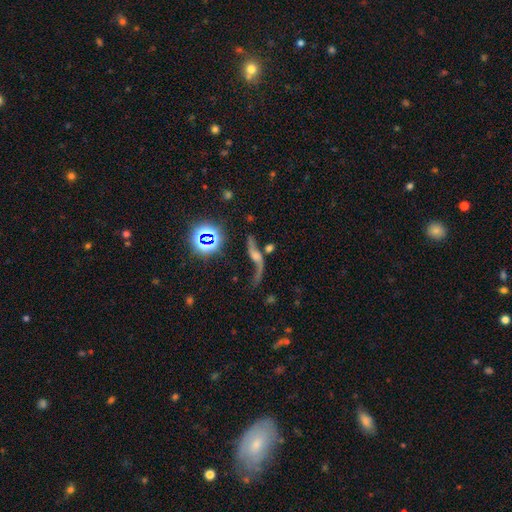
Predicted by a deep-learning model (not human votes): Q: Smooth or featured?
A: featured or disk (68%); runner-up: star or artifact (19%)
Q: Edge-on disk?
A: no (82%); runner-up: yes (18%)
Q: Bar?
A: no (57%); runner-up: weak (27%)
Q: Spiral arms?
A: yes (89%); runner-up: no (11%)
Q: Bulge size?
A: small (30%); tied with: moderate (30%)
Q: Merging?
A: none (51%); runner-up: major disturbance (20%)